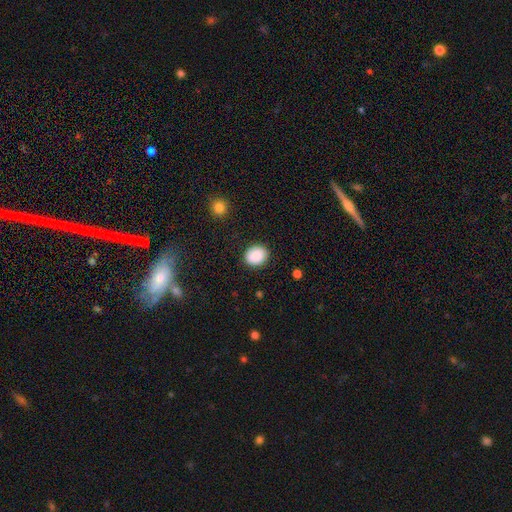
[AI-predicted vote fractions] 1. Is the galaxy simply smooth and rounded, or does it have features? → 90% smooth, 8% star or artifact, 3% featured or disk.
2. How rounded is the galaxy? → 60% round, 39% in between, 1% cigar-shaped.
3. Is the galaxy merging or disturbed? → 89% none, 7% minor disturbance, 2% major disturbance, 1% merger.